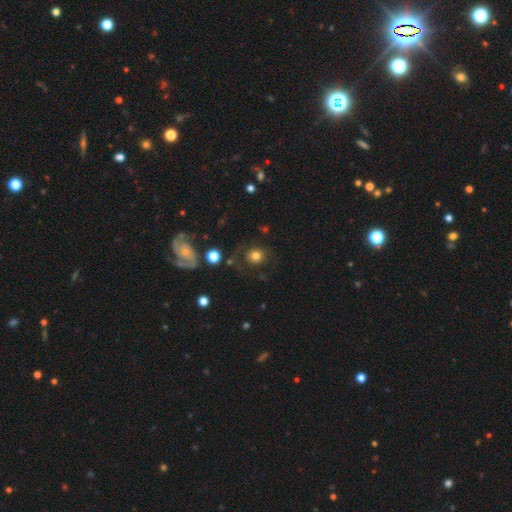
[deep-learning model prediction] smooth-or-featured: smooth: 75% | featured or disk: 13% | star or artifact: 12%
  how-rounded: round: 85% | in between: 14% | cigar-shaped: 1%
  merging: none: 74% | minor disturbance: 13% | major disturbance: 9% | merger: 3%